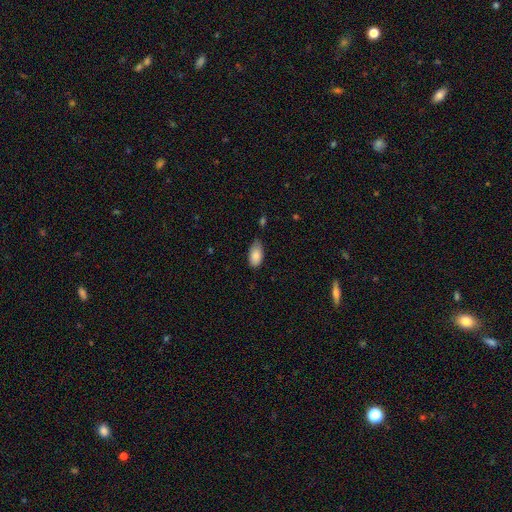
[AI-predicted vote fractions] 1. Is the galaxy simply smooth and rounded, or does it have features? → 86% smooth, 7% featured or disk, 7% star or artifact.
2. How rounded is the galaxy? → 94% in between, 3% cigar-shaped, 3% round.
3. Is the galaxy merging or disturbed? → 63% none, 30% minor disturbance, 4% major disturbance, 2% merger.